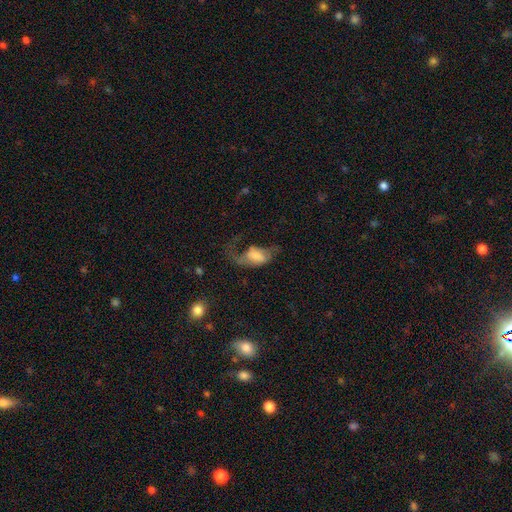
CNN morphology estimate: Smooth or featured: featured or disk — 48% (smooth — 43%)
Merging: major disturbance — 54% (none — 24%)